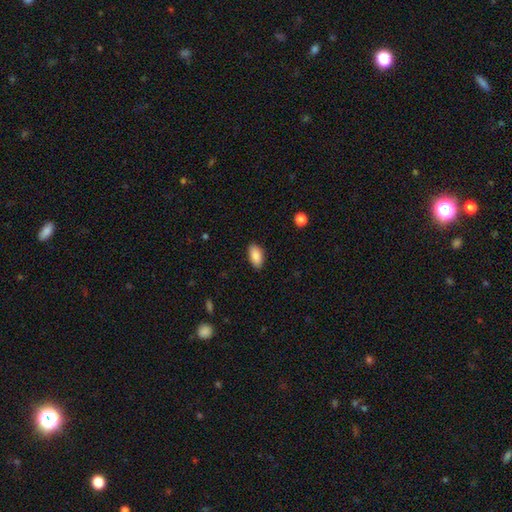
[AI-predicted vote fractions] This appears to be a smooth galaxy with no disk features (88%) that is in between round and cigar-shaped (93%). Merging: none (87%).